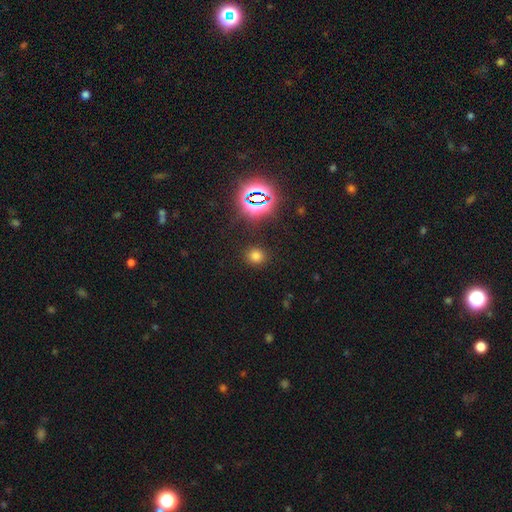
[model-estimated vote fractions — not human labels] smooth_or_featured: smooth (p=0.70) [alt: star or artifact p=0.24]
how_rounded: round (p=0.83) [alt: in between p=0.16]
merging: none (p=0.88) [alt: minor disturbance p=0.07]